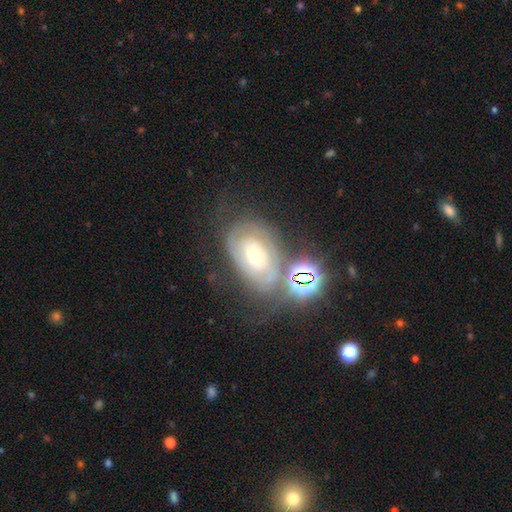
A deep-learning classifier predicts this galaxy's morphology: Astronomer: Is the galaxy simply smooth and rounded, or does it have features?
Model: featured or disk — 69%.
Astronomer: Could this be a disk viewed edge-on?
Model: no — 95%.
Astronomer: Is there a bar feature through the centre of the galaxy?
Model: no — 72%.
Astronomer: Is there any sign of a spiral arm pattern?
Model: yes — 81%.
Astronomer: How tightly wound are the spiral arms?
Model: tight — 71%.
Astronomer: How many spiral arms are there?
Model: can't tell — 49% (runner-up: 2, 30%).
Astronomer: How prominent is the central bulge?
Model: small — 47%, tied with moderate at 47%.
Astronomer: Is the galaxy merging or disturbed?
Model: none — 55%.